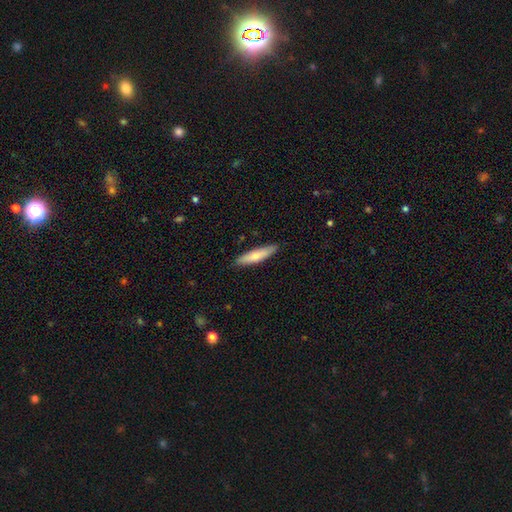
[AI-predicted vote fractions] Morphology: type=smooth (69%); roundness=cigar-shaped (80%); merging=none (88%).